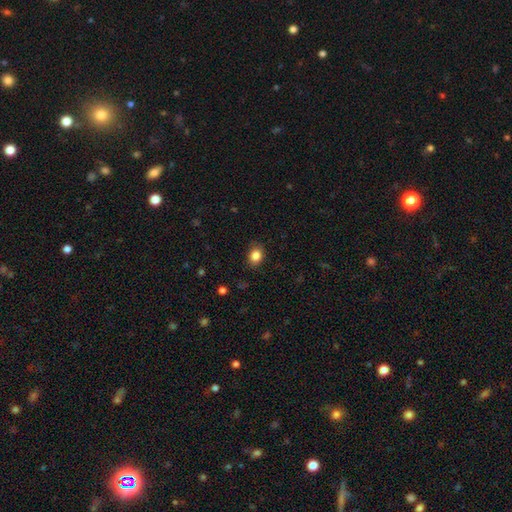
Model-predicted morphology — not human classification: Smooth or featured? smooth (85%)
How rounded? in between (55%)
Merging? none (85%)